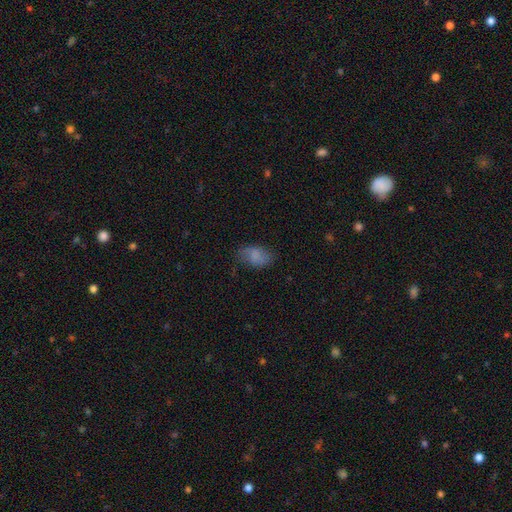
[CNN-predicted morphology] The model was most divided on "merging": none: 62%, minor disturbance: 25%, major disturbance: 11%, merger: 2%. More confident: how rounded — in between (89%); smooth or featured — smooth (68%).